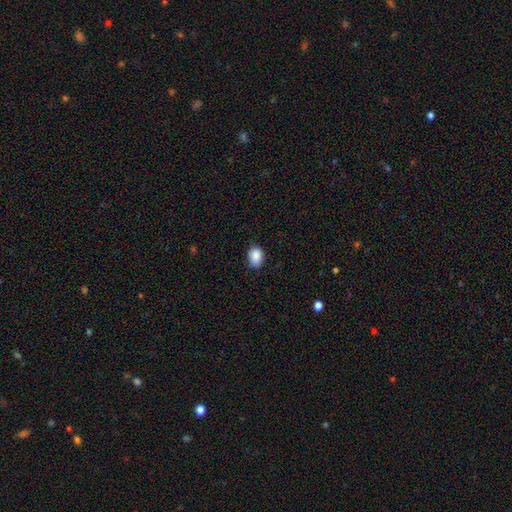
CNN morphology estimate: This is clearly a smooth galaxy (88%). How rounded: likely in between (74%). Merging: clearly none (81%).